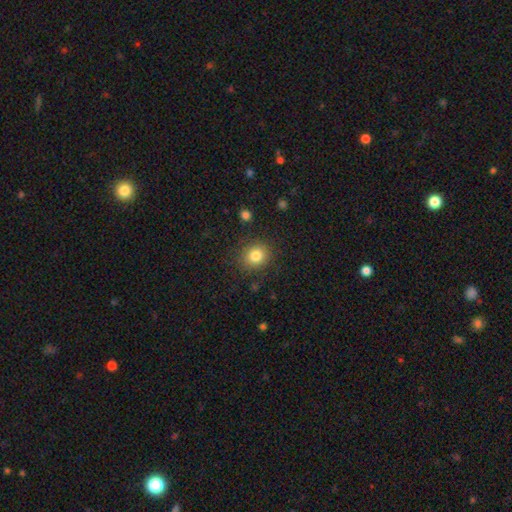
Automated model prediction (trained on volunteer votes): This is clearly a smooth galaxy (83%). How rounded: likely round (77%). Merging: clearly none (86%).